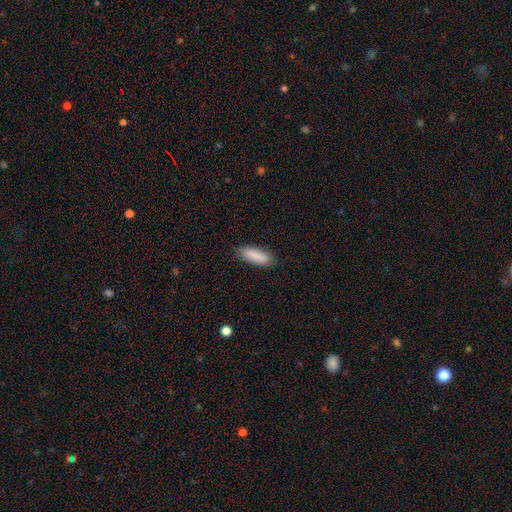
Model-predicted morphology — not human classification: A smooth galaxy with no disk features (87%) that is in between round and cigar-shaped (62%).

Vote fractions:
- Smooth or featured? smooth: 87% / featured or disk: 7% / star or artifact: 6%
- How rounded? in between: 62% / cigar-shaped: 37% / round: 2%
- Merging? none: 83% / minor disturbance: 14% / major disturbance: 2% / merger: 1%